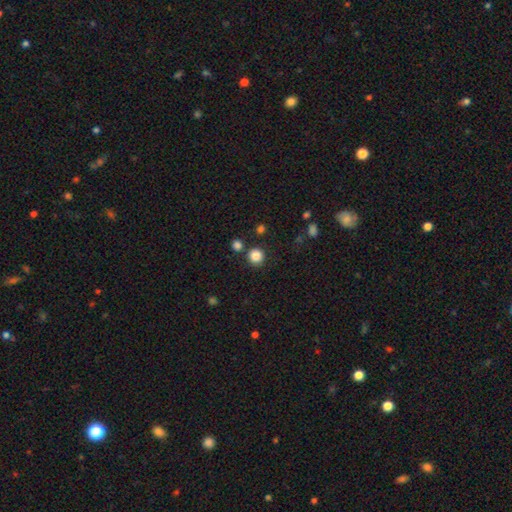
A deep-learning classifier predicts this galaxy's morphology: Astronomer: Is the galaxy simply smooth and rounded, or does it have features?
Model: smooth — 85%.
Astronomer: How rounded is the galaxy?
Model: round — 93%.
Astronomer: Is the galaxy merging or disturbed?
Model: none — 84%.